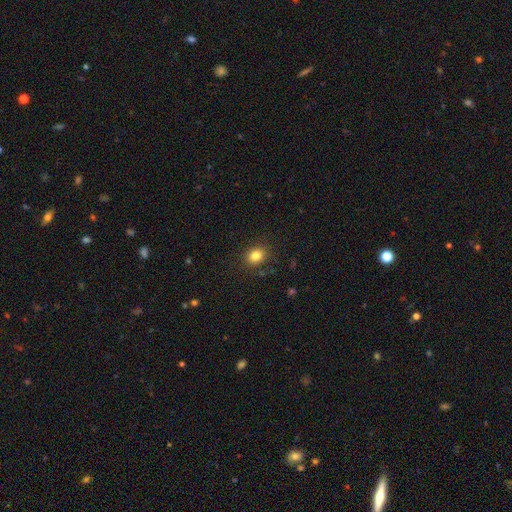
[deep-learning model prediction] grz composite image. It shows a smooth galaxy with no disk features (83%) that is round (52%). Merging: none (87%).